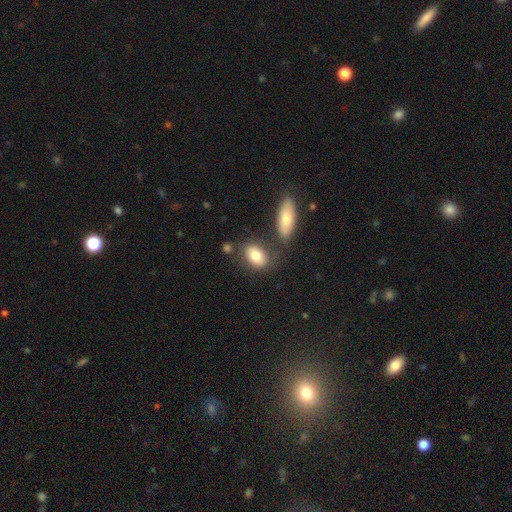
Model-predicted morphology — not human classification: This appears to be a smooth galaxy with no disk features (80%) that is in between round and cigar-shaped (85%). Merging: none (68%).